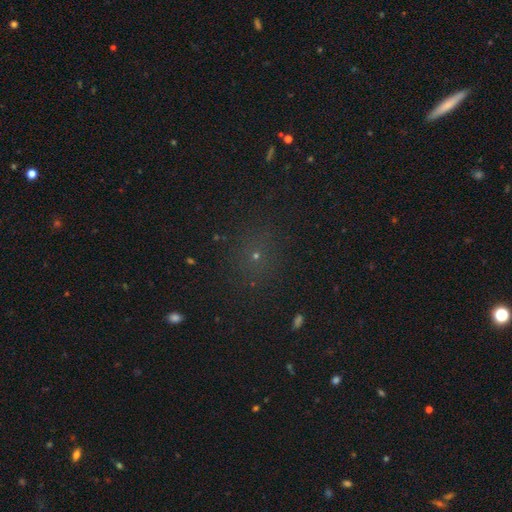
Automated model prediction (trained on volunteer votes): This is possibly a smooth galaxy (50%). How rounded: clearly round (86%). Merging: clearly none (84%).